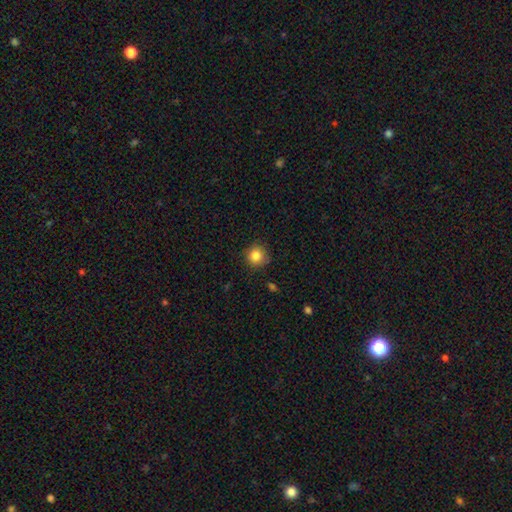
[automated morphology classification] Smooth or featured? smooth (85%)
How rounded? round (93%)
Merging? none (85%)